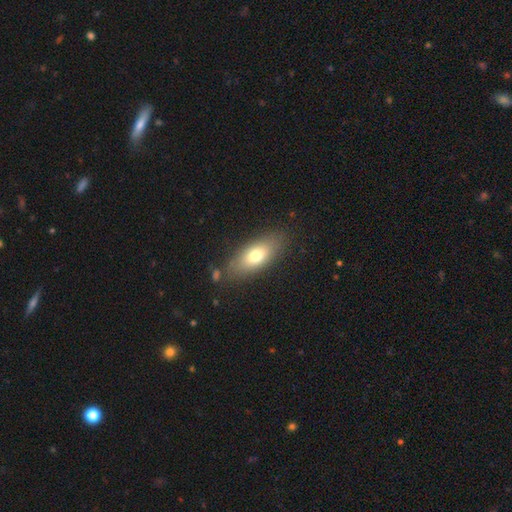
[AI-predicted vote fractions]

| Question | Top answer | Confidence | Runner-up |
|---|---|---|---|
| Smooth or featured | smooth | 71% | featured or disk (21%) |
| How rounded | in between | 81% | cigar-shaped (15%) |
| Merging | none | 79% | minor disturbance (13%) |